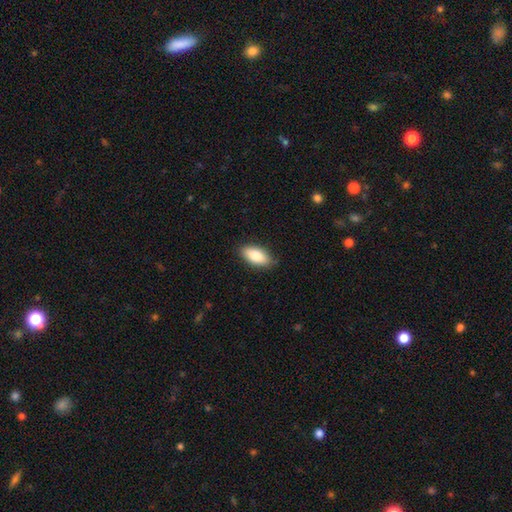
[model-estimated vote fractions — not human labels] Q: Smooth or featured?
A: smooth (82%); runner-up: featured or disk (12%)
Q: How rounded?
A: in between (89%); runner-up: cigar-shaped (8%)
Q: Merging?
A: none (85%); runner-up: minor disturbance (12%)